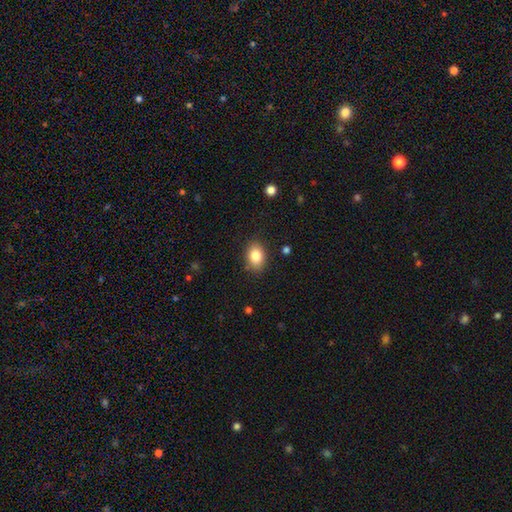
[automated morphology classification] A smooth galaxy with no disk features (84%) that is in between round and cigar-shaped (73%).

Vote fractions:
- Smooth or featured? smooth: 84% / star or artifact: 9% / featured or disk: 7%
- How rounded? in between: 73% / round: 26% / cigar-shaped: 1%
- Merging? none: 84% / minor disturbance: 12% / major disturbance: 3% / merger: 1%